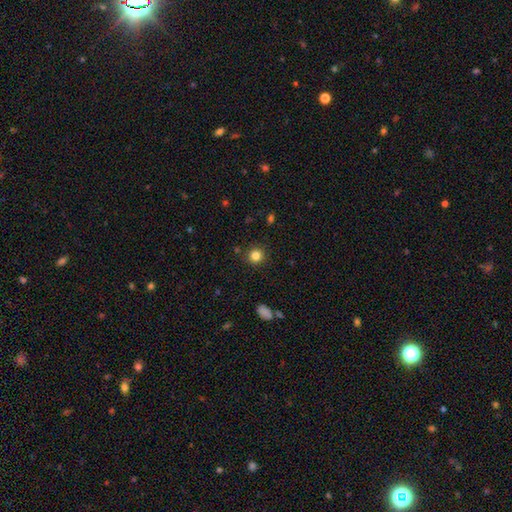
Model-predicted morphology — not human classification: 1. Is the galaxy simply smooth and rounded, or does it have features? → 83% smooth, 12% star or artifact, 5% featured or disk.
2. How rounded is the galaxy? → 92% round, 7% in between, 1% cigar-shaped.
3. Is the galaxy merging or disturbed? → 89% none, 7% minor disturbance, 2% major disturbance, 2% merger.